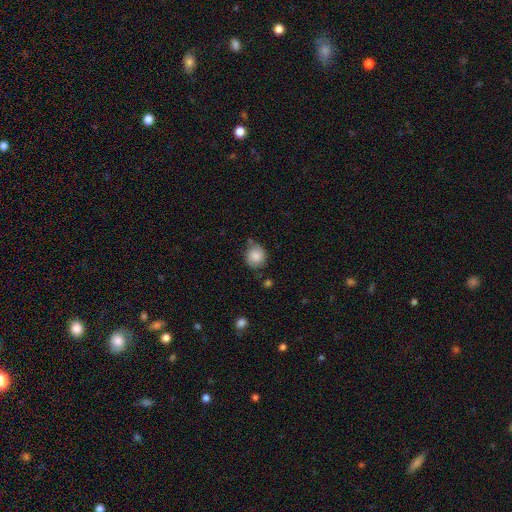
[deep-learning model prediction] Morphology: type=smooth (82%); roundness=round (79%); merging=none (64%).